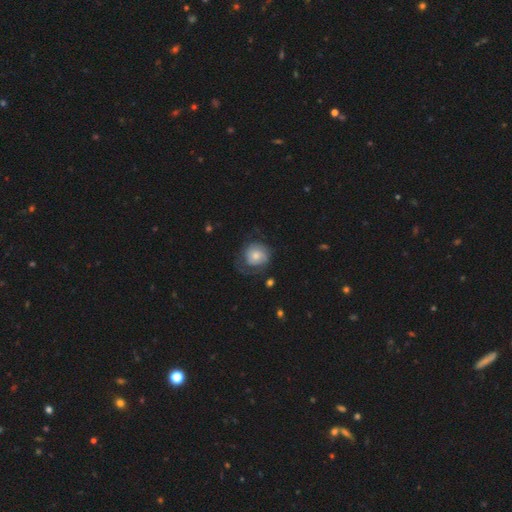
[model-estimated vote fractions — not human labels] Smooth or featured: smooth — 47% (featured or disk — 46%)
Merging: none — 54% (minor disturbance — 23%)